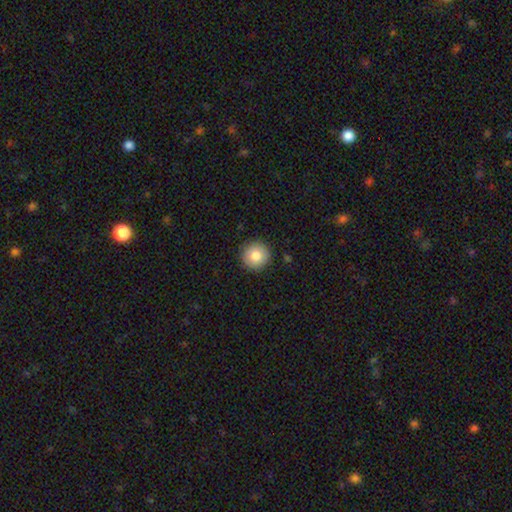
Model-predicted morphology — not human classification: Overall: smooth (82%). How rounded: round (94%). Merging: none (90%).